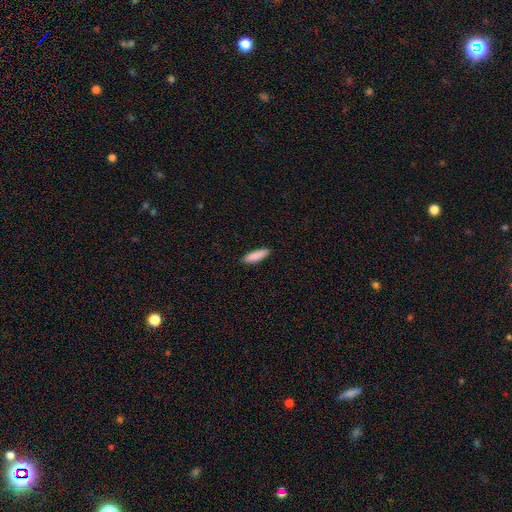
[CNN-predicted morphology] This appears to be a smooth galaxy with no disk features (88%) that is cigar-shaped (61%). Merging: none (90%).